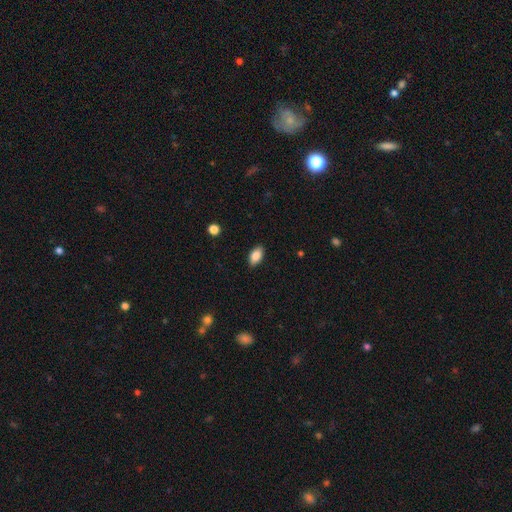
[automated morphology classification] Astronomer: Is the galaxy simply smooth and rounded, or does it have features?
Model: smooth — 85%.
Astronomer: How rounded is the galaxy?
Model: in between — 92%.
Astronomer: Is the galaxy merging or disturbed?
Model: none — 88%.